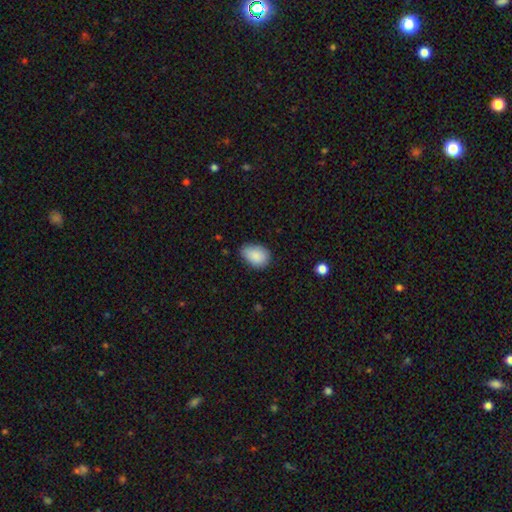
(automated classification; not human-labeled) Smooth or featured? smooth (88%)
How rounded? in between (81%)
Merging? none (67%)